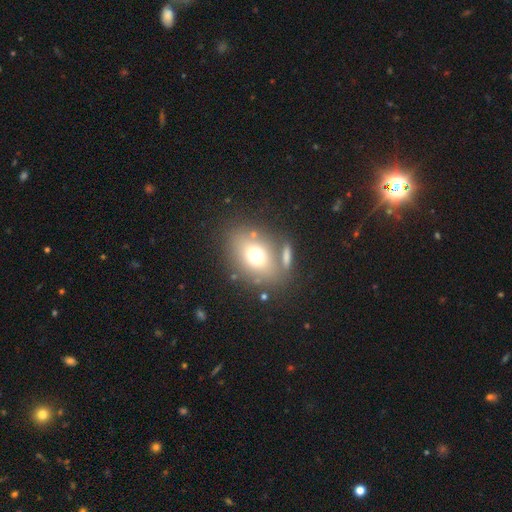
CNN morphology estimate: Smooth or featured? Predicted: smooth (p=0.67). How rounded? Predicted: in between (p=0.62). Merging? Predicted: none (p=0.69).